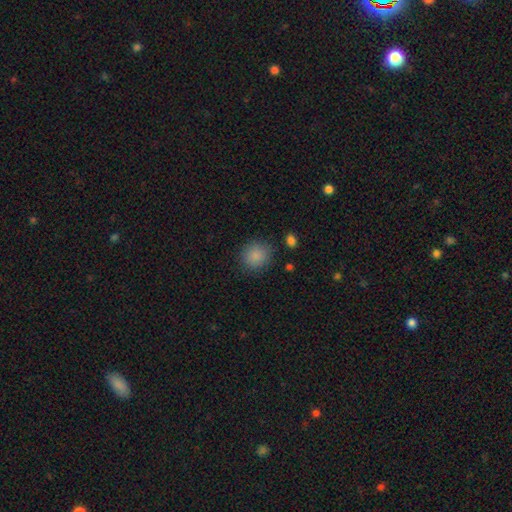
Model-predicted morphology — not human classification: smooth 86%, star or artifact 10%, featured or disk 4%. Down the decision tree: how rounded — round (86%); merging — none (86%).